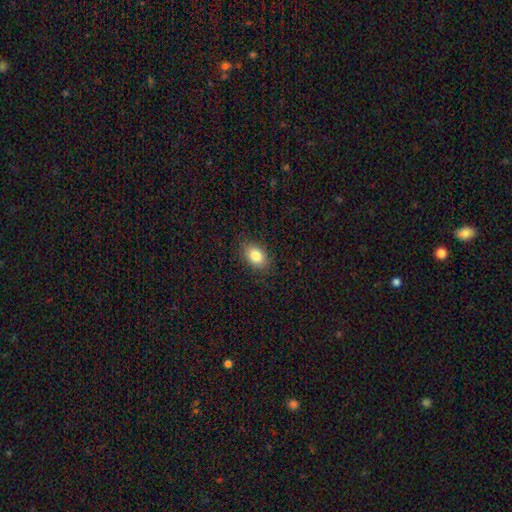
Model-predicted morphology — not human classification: A smooth galaxy with no disk features (83%) that is in between round and cigar-shaped (85%).

Vote fractions:
- Smooth or featured? smooth: 83% / featured or disk: 9% / star or artifact: 8%
- How rounded? in between: 85% / round: 13% / cigar-shaped: 2%
- Merging? none: 86% / minor disturbance: 11% / major disturbance: 3% / merger: 1%